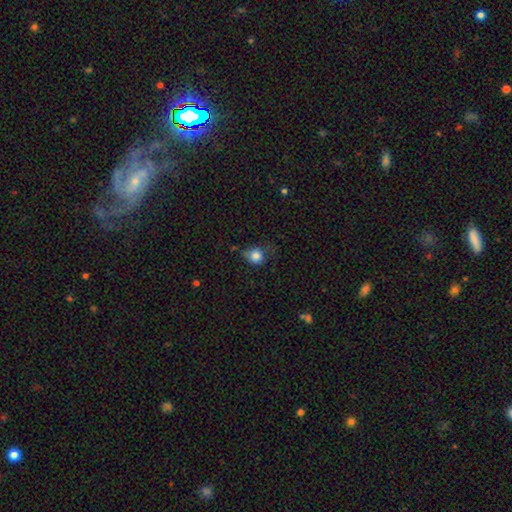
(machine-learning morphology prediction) type=smooth (82%); roundness=round (77%); merging=none (54%).